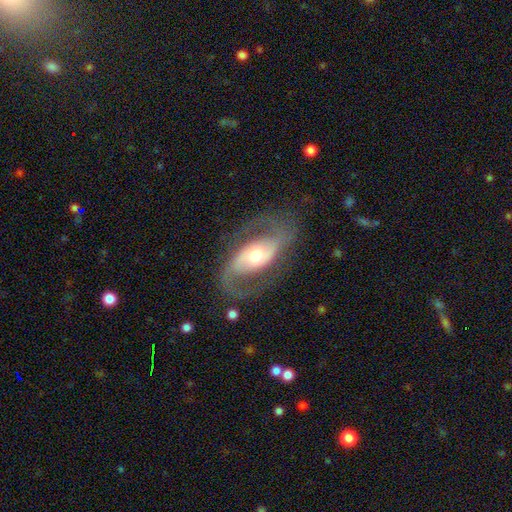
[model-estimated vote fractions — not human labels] This appears to be a featured or disk galaxy (86%) with no bar (41%), 2 (91%) medium (47%) spiral arms (94%) and a moderate central bulge (64%). Merging: none (74%).